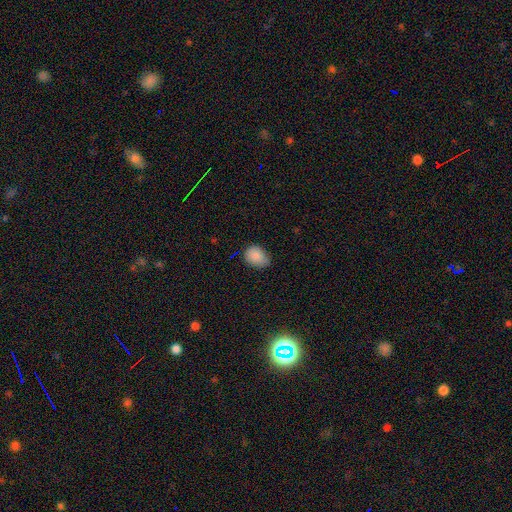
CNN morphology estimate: Smooth or featured? Predicted: smooth (p=0.87). How rounded? Predicted: in between (p=0.65). Merging? Predicted: none (p=0.61).